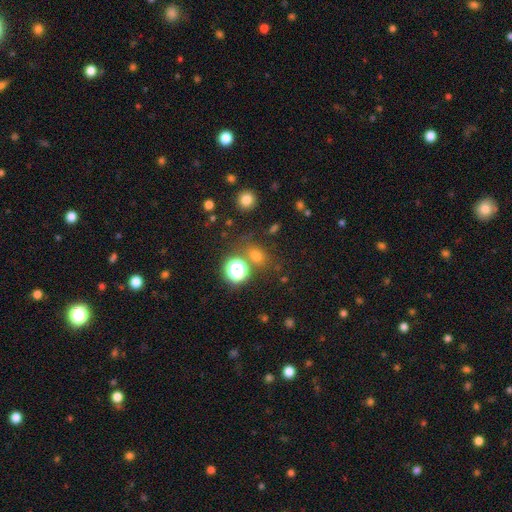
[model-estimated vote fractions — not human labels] Smooth or featured?
  - smooth: 63% *
  - star or artifact: 29%
  - featured or disk: 8%
How rounded?
  - round: 57% *
  - in between: 41%
  - cigar-shaped: 2%
Merging?
  - none: 75% *
  - minor disturbance: 11%
  - merger: 9%
  - major disturbance: 5%